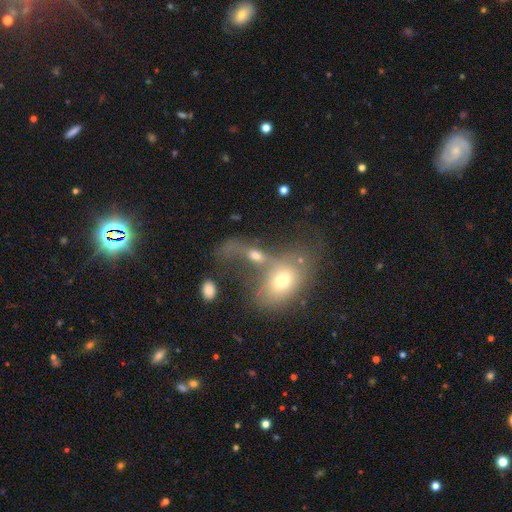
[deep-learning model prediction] Overall: smooth (53%; featured or disk 33%). How rounded: in between (75%). Merging: merger (62%).